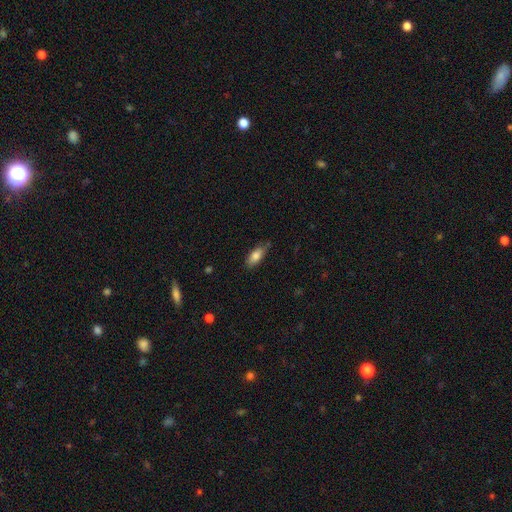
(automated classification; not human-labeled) Q: Smooth or featured?
A: smooth (82%); runner-up: featured or disk (11%)
Q: How rounded?
A: in between (81%); runner-up: cigar-shaped (16%)
Q: Merging?
A: none (74%); runner-up: minor disturbance (20%)